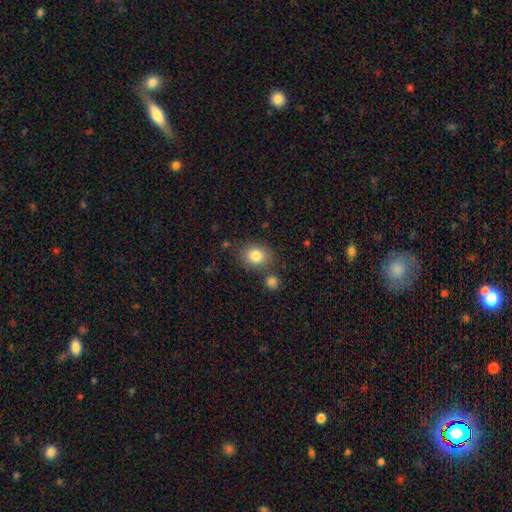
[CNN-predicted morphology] type=smooth (82%); roundness=round (61%); merging=none (74%).